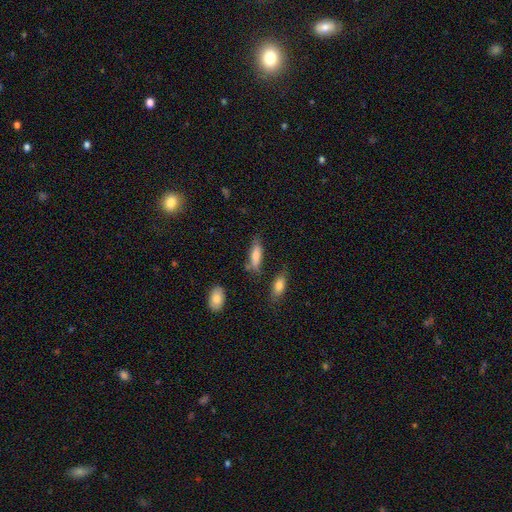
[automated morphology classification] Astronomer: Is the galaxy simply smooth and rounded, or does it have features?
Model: smooth — 79%.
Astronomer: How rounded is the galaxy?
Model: in between — 57% (runner-up: cigar-shaped, 41%).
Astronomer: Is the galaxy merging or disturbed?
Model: none — 65%.